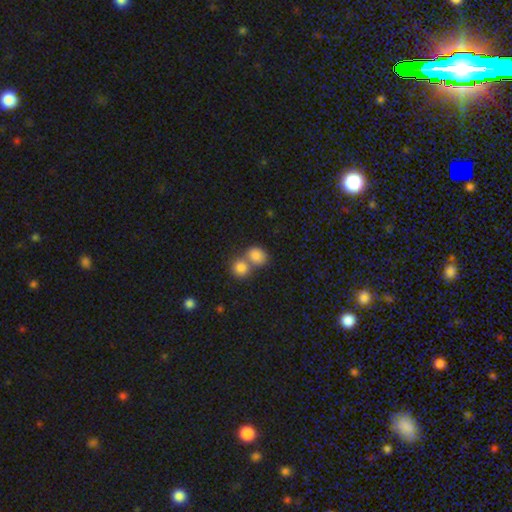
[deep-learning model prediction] Smooth or featured? smooth (83%)
How rounded? round (67%)
Merging? merger (56%)